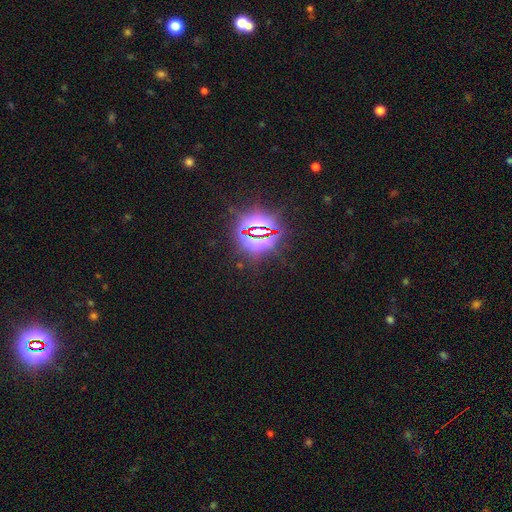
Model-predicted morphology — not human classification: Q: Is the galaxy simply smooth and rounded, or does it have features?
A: star or artifact — 84%.